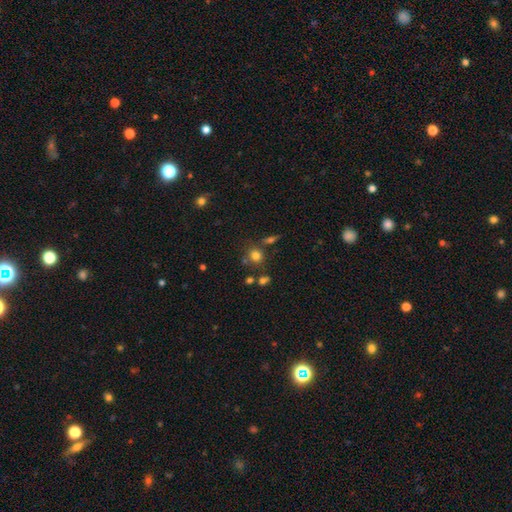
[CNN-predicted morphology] Overall: smooth (75%). How rounded: round (84%). Merging: none (70%).